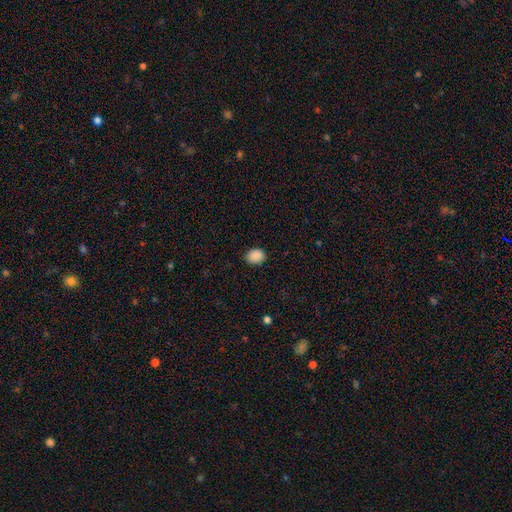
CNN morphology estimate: type=smooth (89%); roundness=in between (50%); merging=none (85%).